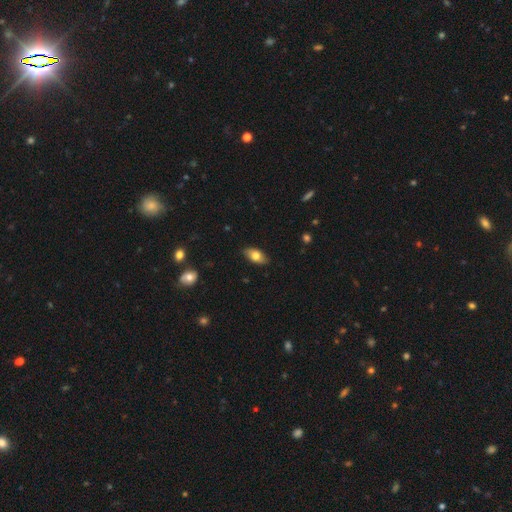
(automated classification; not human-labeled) smooth-or-featured: smooth: 75% | featured or disk: 18% | star or artifact: 7%
  how-rounded: in between: 90% | cigar-shaped: 5% | round: 4%
  merging: none: 84% | minor disturbance: 12% | major disturbance: 2% | merger: 1%